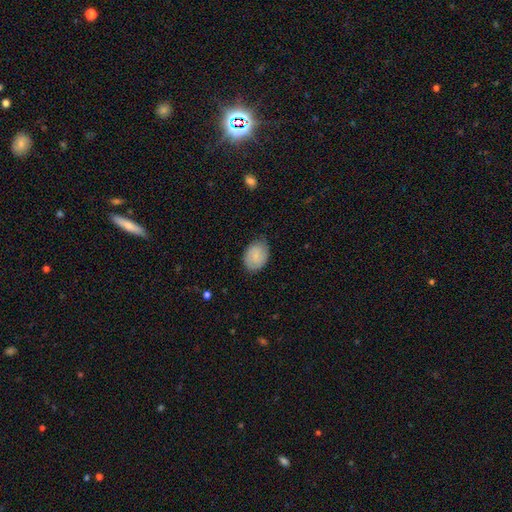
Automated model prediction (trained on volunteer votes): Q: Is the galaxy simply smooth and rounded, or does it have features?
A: smooth — 76%.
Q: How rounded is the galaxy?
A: in between — 72%.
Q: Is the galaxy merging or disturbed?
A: none — 71%.